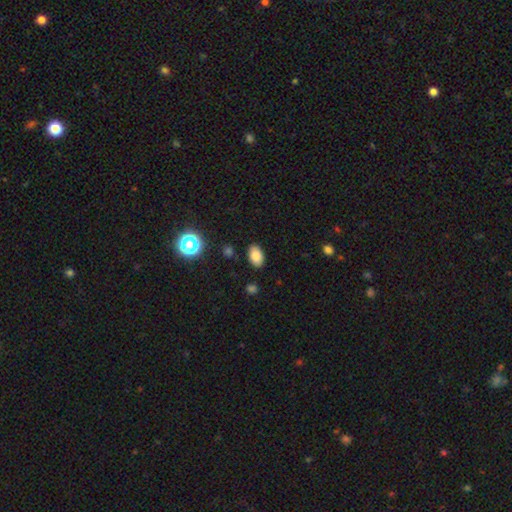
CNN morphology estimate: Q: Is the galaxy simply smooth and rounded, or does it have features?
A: smooth — 82%.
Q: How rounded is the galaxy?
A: in between — 89%.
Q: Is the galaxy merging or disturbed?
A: none — 86%.